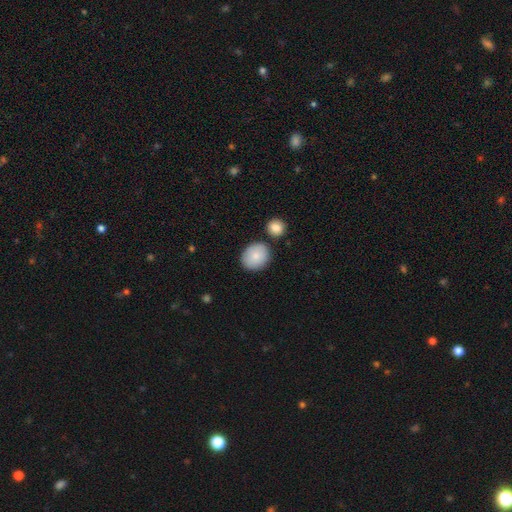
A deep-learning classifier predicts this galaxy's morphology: A smooth galaxy with no disk features (84%) that is round (65%). Merging: none (78%).